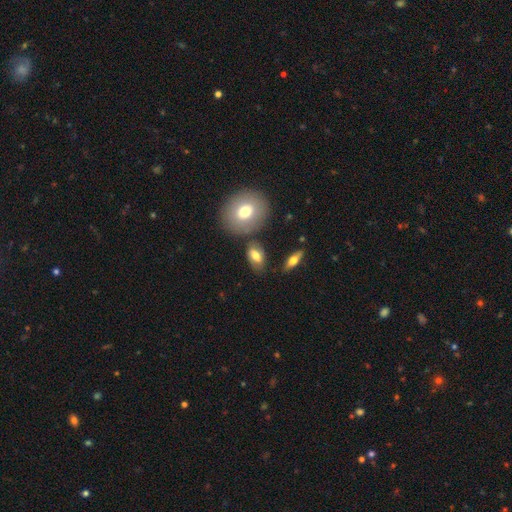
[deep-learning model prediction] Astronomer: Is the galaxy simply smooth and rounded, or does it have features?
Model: smooth — 68%.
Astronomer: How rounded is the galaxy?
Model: in between — 84%.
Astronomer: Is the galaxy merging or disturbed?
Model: none — 68%.